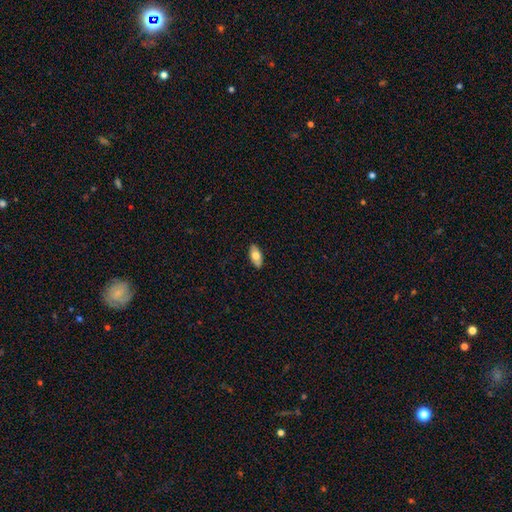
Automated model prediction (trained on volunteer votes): Smooth or featured: smooth — 71% (featured or disk — 23%)
How rounded: in between — 89% (cigar-shaped — 9%)
Merging: none — 88% (minor disturbance — 9%)